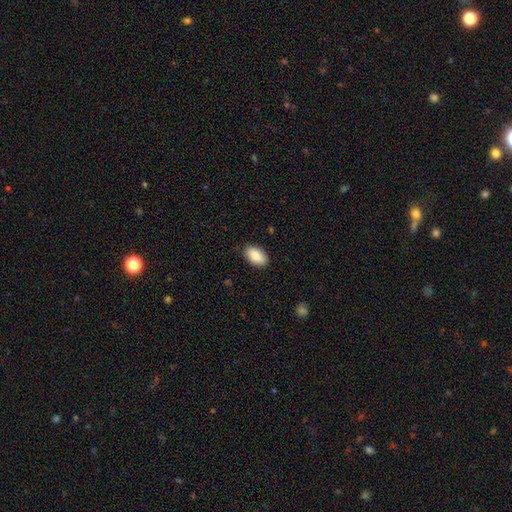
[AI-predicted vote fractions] Q: Smooth or featured?
A: smooth (90%); runner-up: star or artifact (6%)
Q: How rounded?
A: in between (94%); runner-up: round (4%)
Q: Merging?
A: none (87%); runner-up: minor disturbance (10%)